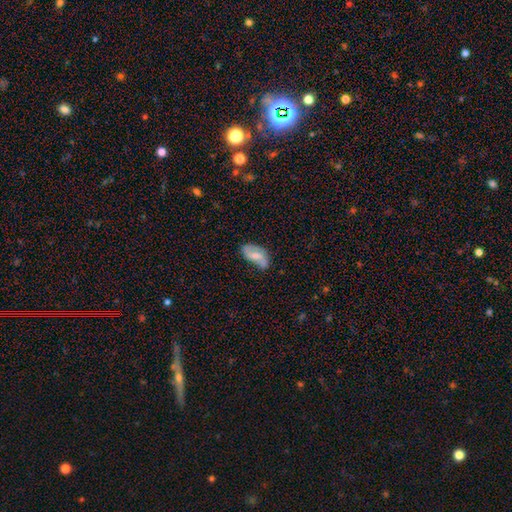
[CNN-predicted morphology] This appears to be a featured or disk galaxy (49%). Merging: none (54%).